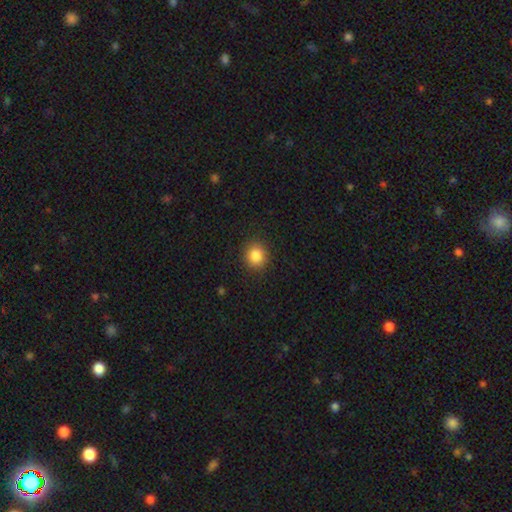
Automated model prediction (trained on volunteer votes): Smooth or featured?
  - smooth: 85% *
  - star or artifact: 10%
  - featured or disk: 4%
How rounded?
  - round: 82% *
  - in between: 17%
  - cigar-shaped: 1%
Merging?
  - none: 90% *
  - minor disturbance: 7%
  - major disturbance: 2%
  - merger: 1%